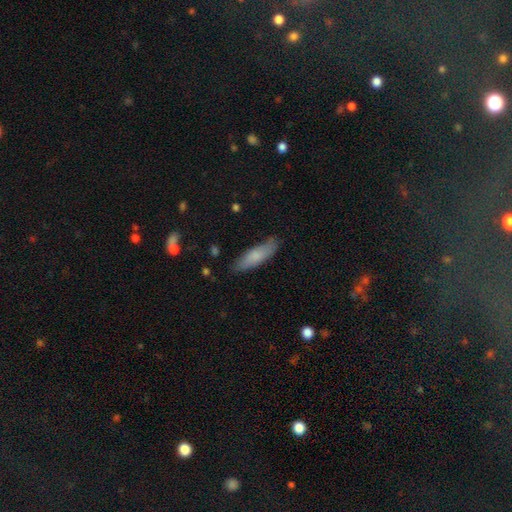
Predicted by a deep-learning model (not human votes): This appears to be a smooth galaxy with no disk features (76%) that is cigar-shaped (60%). Merging: none (79%).